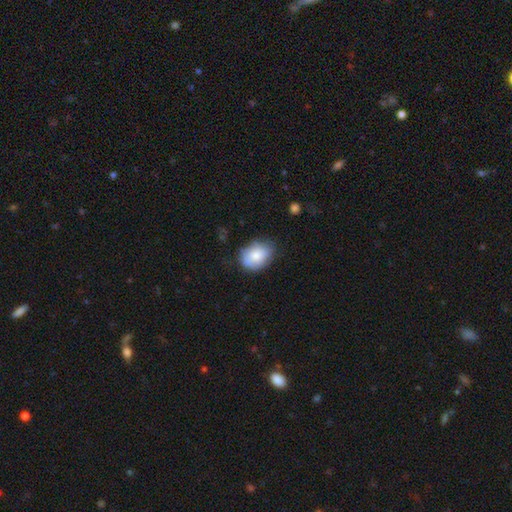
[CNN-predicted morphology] Smooth or featured? Predicted: smooth (p=0.78). How rounded? Predicted: in between (p=0.69). Merging? Predicted: none (p=0.67).